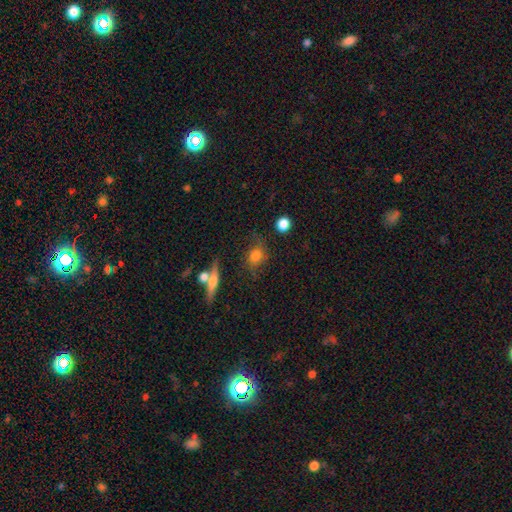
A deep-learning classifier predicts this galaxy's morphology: smooth_or_featured: smooth (p=0.66) [alt: featured or disk p=0.22]
how_rounded: round (p=0.67) [alt: in between p=0.29]
merging: none (p=0.65) [alt: minor disturbance p=0.21]